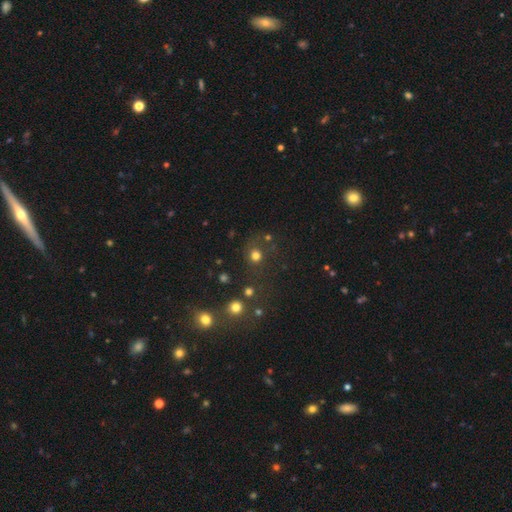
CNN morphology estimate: Smooth or featured?
  - smooth: 72% *
  - star or artifact: 21%
  - featured or disk: 7%
How rounded?
  - round: 86% *
  - in between: 13%
  - cigar-shaped: 1%
Merging?
  - none: 73% *
  - minor disturbance: 11%
  - merger: 9%
  - major disturbance: 7%